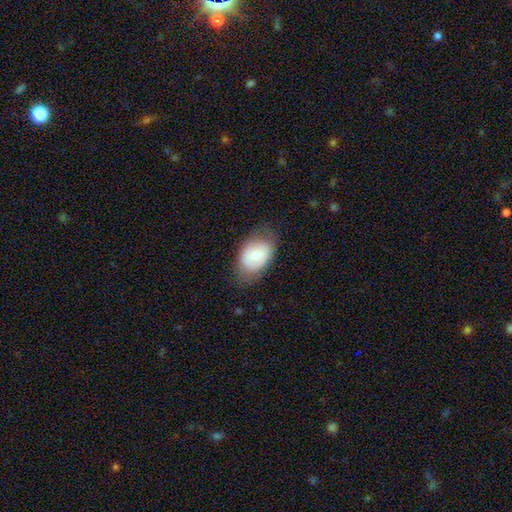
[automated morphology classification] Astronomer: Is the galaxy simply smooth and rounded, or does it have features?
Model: smooth — 66%.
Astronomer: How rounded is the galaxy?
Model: in between — 85%.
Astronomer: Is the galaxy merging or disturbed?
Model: none — 67%.